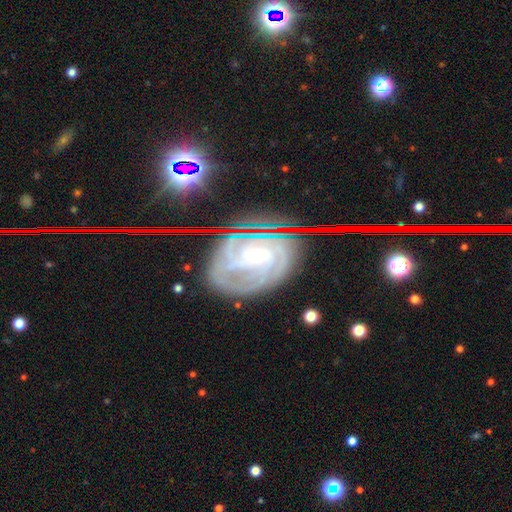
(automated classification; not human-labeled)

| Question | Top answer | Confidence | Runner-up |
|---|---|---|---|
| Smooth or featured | featured or disk | 84% | star or artifact (9%) |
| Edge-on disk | no | 96% | yes (4%) |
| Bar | no | 66% | weak (24%) |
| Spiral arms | yes | 97% | no (3%) |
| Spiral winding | tight | 72% | medium (23%) |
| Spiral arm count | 3 | 25% | 4 (23%) |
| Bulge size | small | 75% | moderate (22%) |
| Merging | none | 73% | minor disturbance (18%) |